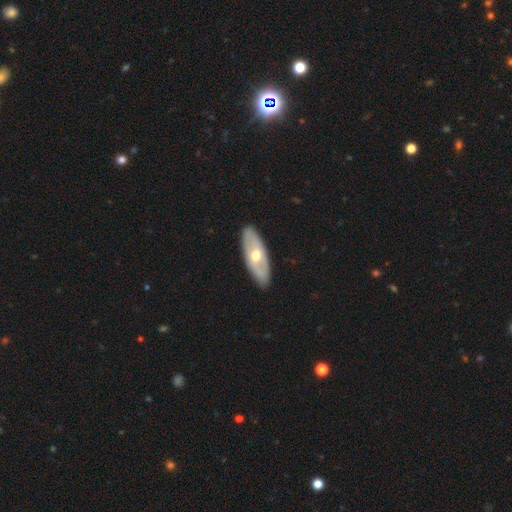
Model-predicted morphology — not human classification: Smooth or featured: featured or disk — 58% (smooth — 37%)
Edge-on disk: no — 73% (yes — 27%)
Merging: none — 88% (minor disturbance — 9%)